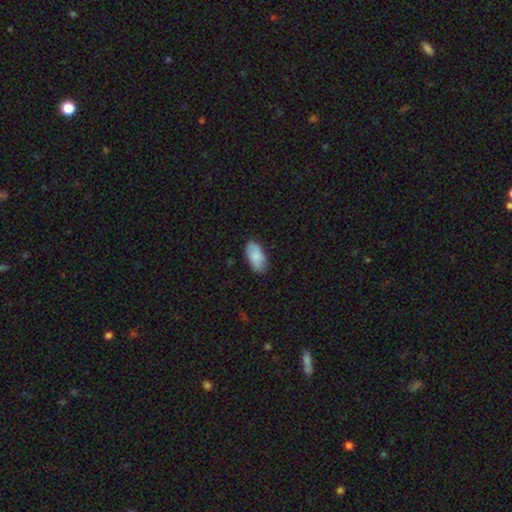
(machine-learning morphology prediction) Overall: smooth (85%). How rounded: in between (94%). Merging: none (80%).